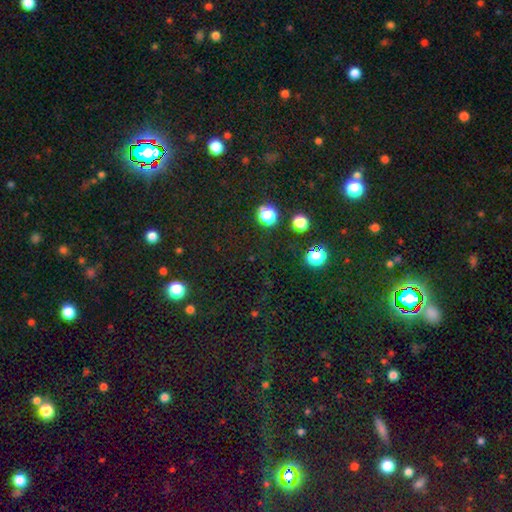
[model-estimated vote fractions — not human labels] smooth-or-featured: star or artifact: 73% | smooth: 20% | featured or disk: 7%